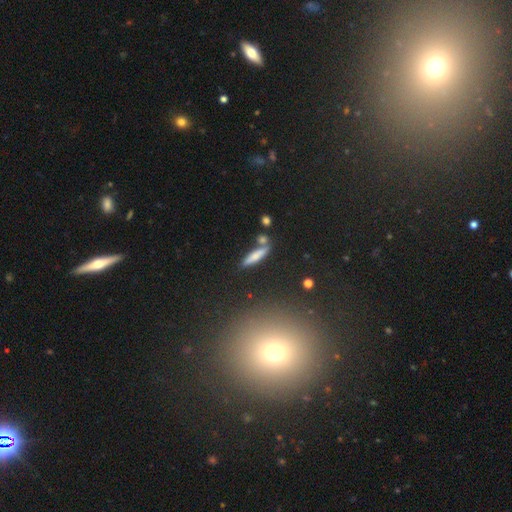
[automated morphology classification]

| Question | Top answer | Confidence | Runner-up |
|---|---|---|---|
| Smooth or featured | smooth | 68% | featured or disk (23%) |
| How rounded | cigar-shaped | 81% | in between (16%) |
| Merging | none | 68% | merger (15%) |